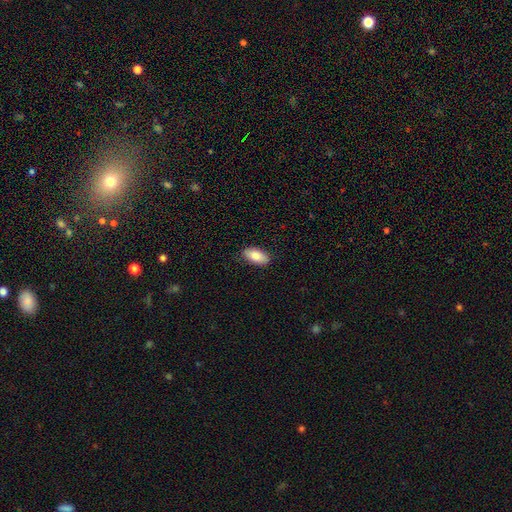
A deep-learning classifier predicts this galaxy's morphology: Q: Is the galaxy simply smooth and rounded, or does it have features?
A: smooth — 86%.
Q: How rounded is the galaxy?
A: in between — 93%.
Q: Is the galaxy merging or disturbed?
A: none — 84%.